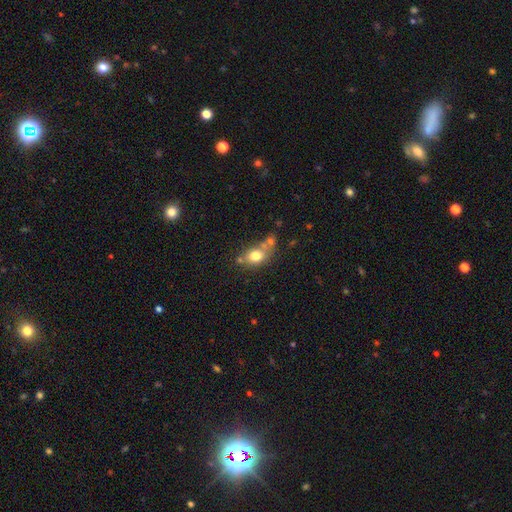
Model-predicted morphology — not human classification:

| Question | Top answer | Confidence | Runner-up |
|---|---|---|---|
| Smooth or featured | smooth | 76% | featured or disk (14%) |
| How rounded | in between | 61% | round (37%) |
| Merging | none | 46% | merger (31%) |